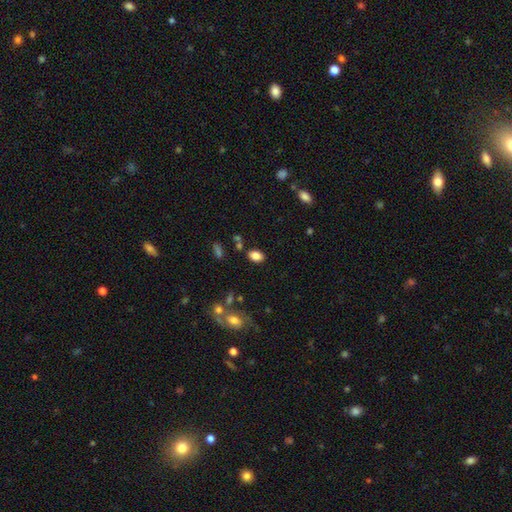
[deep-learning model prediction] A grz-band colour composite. It shows a smooth galaxy with no disk features (84%) that is in between round and cigar-shaped (84%). Merging: none (80%).